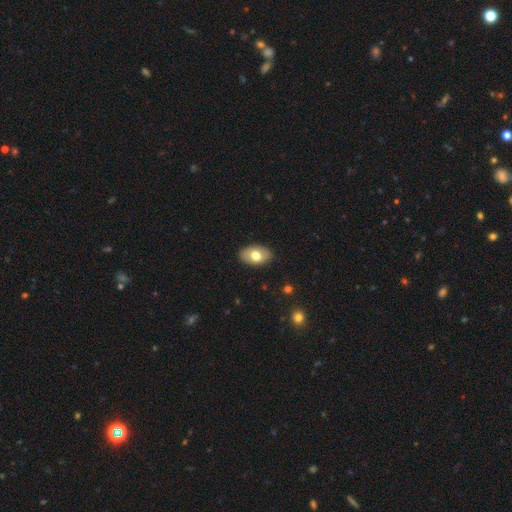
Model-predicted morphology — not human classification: A smooth galaxy with no disk features (73%) that is in between round and cigar-shaped (91%).

Vote fractions:
- Smooth or featured? smooth: 73% / featured or disk: 21% / star or artifact: 7%
- How rounded? in between: 91% / round: 7% / cigar-shaped: 1%
- Merging? none: 87% / minor disturbance: 9% / major disturbance: 2% / merger: 1%